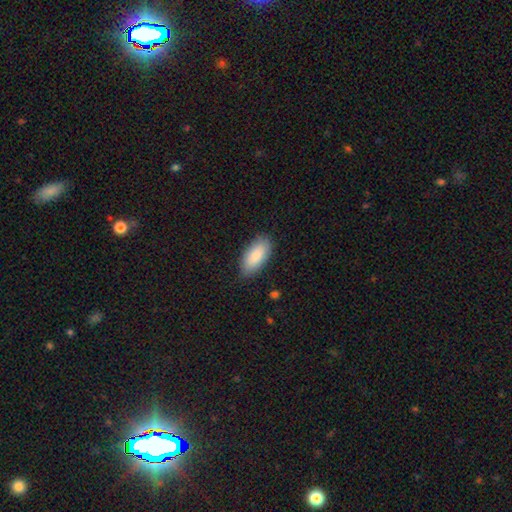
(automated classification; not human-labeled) Q: Smooth or featured?
A: smooth (88%); runner-up: featured or disk (7%)
Q: How rounded?
A: in between (89%); runner-up: cigar-shaped (9%)
Q: Merging?
A: none (85%); runner-up: minor disturbance (12%)